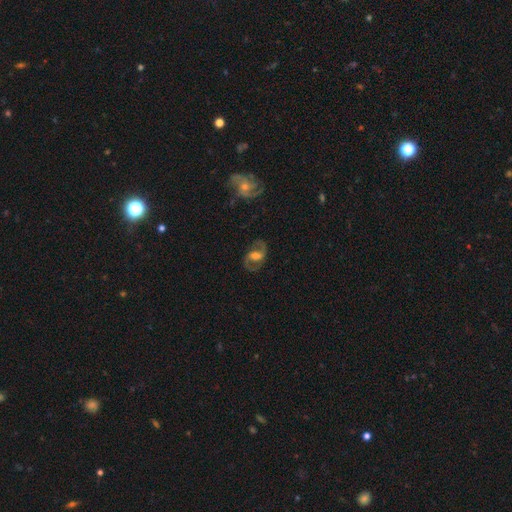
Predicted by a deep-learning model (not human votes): This appears to be a featured or disk galaxy (83%) with a weak bar (49%), 2 (92%) medium (55%) spiral arms (95%) and a moderate central bulge (45%). Merging: none (79%).